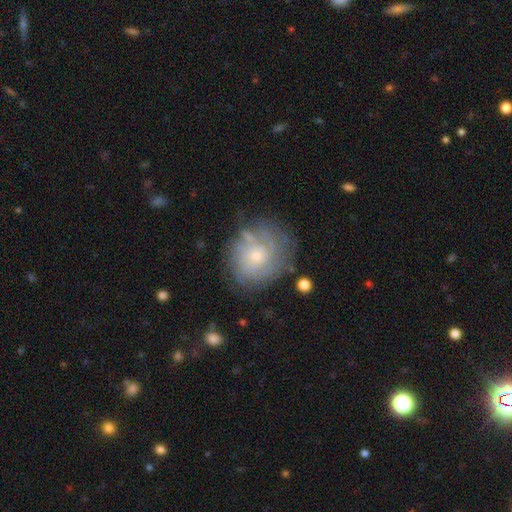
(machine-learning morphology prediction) The model was most divided on "smooth or featured": featured or disk: 58%, smooth: 33%, star or artifact: 9%. More confident: edge-on disk — no (97%); bar — no (83%); spiral arms — yes (73%); bulge size — small (64%); merging — none (61%).